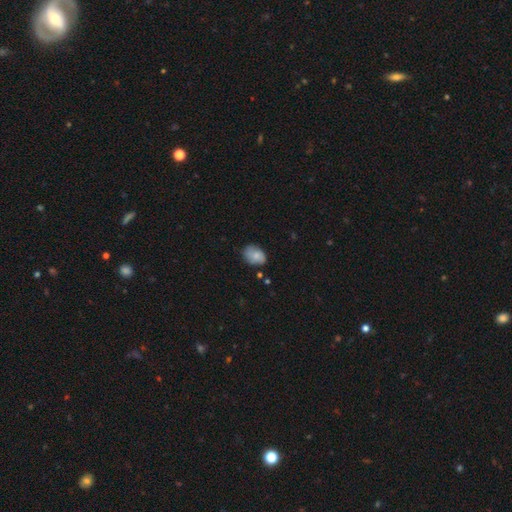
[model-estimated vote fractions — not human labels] A smooth galaxy with no disk features (76%) that is in between round and cigar-shaped (74%).

Vote fractions:
- Smooth or featured? smooth: 76% / featured or disk: 16% / star or artifact: 8%
- How rounded? in between: 74% / round: 25% / cigar-shaped: 1%
- Merging? none: 64% / minor disturbance: 28% / major disturbance: 6% / merger: 2%